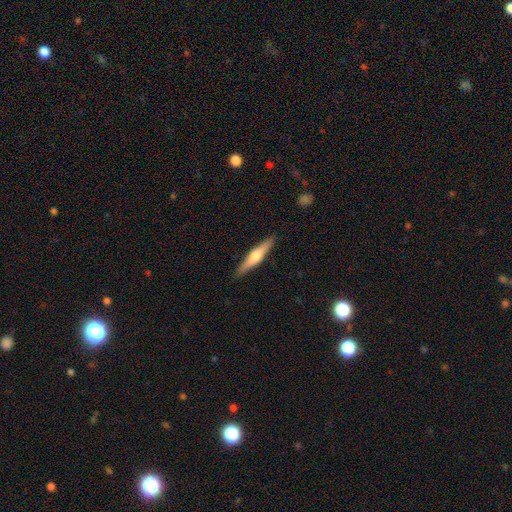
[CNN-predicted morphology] Overall: featured or disk (56%; smooth 39%). Edge-on disk: yes (96%). Edge-on bulge: rounded (90%). Merging: none (90%).